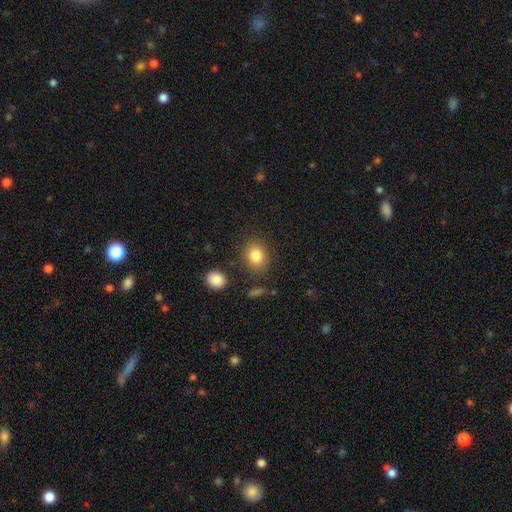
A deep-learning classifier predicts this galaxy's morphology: A smooth galaxy with no disk features (85%) that is round (54%). Merging: none (83%).